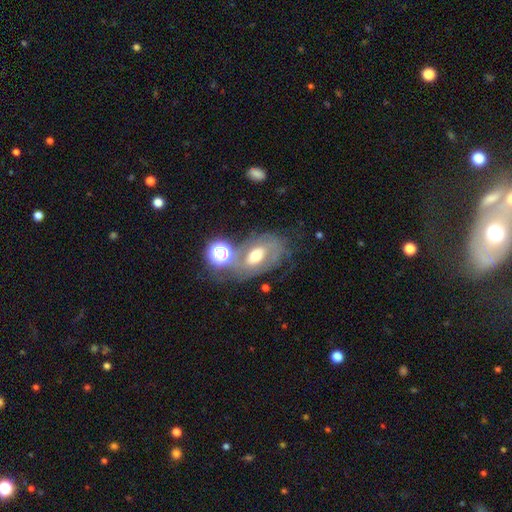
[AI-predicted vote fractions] smooth_or_featured: featured or disk (p=0.64) [alt: smooth p=0.24]
disk_edge_on: no (p=0.94) [alt: yes p=0.06]
bar: no (p=0.52) [alt: weak p=0.33]
has_spiral_arms: yes (p=0.71) [alt: no p=0.29]
bulge_size: moderate (p=0.66) [alt: large p=0.17]
merging: none (p=0.45) [alt: minor disturbance p=0.20]